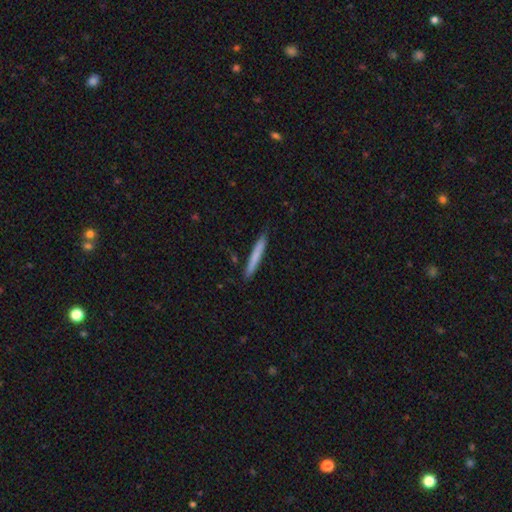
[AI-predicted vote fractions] Morphology: type=smooth (74%); roundness=cigar-shaped (96%); merging=none (89%).